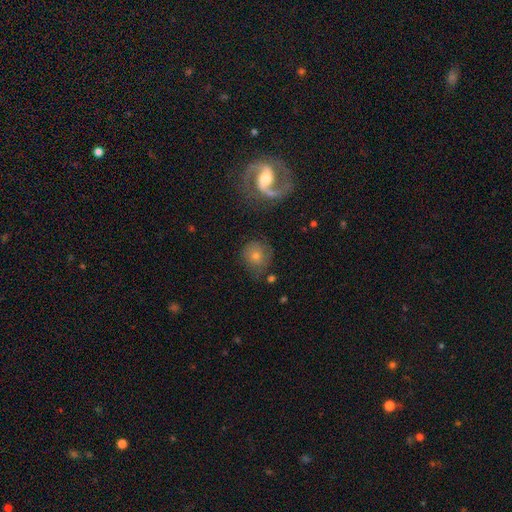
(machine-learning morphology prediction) The model was most divided on "smooth or featured": featured or disk: 50%, smooth: 38%, star or artifact: 12%. More confident: edge-on disk — no (95%); merging — none (76%).